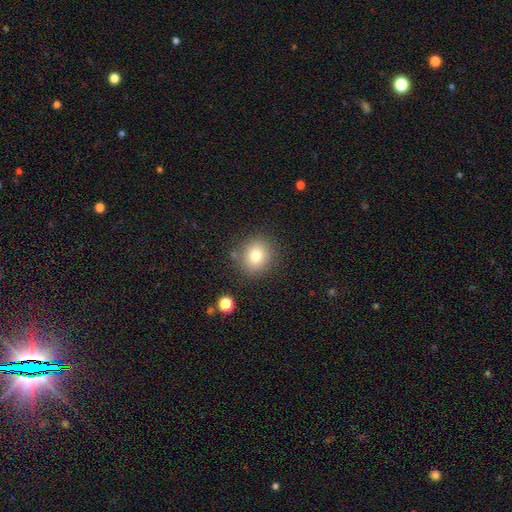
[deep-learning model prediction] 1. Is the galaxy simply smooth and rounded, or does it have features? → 78% smooth, 12% star or artifact, 10% featured or disk.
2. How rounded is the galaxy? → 81% round, 18% in between, 1% cigar-shaped.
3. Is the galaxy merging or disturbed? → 83% none, 10% minor disturbance, 4% major disturbance, 3% merger.